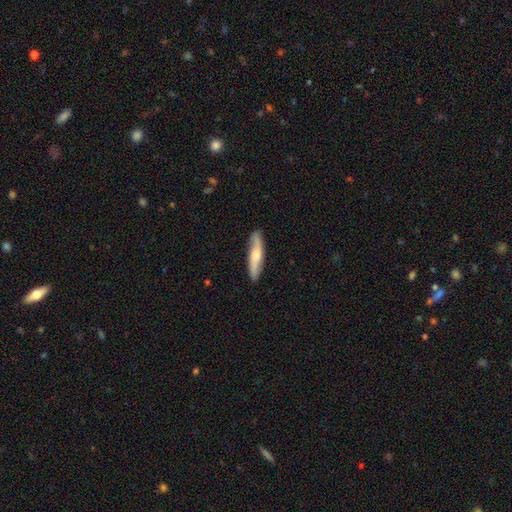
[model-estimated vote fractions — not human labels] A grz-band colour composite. It shows a smooth galaxy with no disk features (51%) that is cigar-shaped (84%). Merging: none (87%).